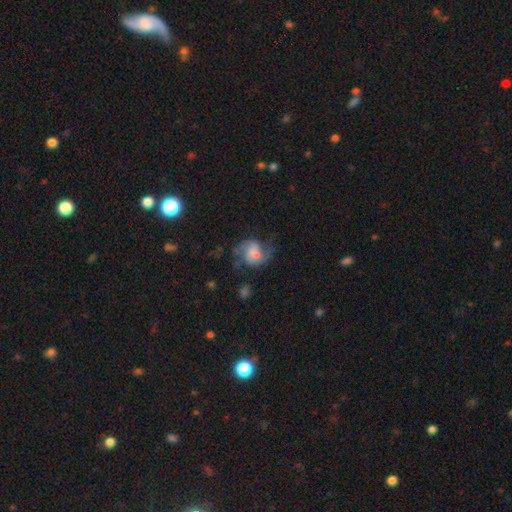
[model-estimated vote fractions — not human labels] The model was most divided on "bulge size": small: 36%, moderate: 30%, none: 19%, large: 12%, dominant: 3%. Remaining: edge-on disk — no (98%); spiral arms — yes (95%); spiral arm count — 2 (89%); smooth or featured — featured or disk (74%); merging — none (67%); bar — no (54%); spiral winding — medium (49%).